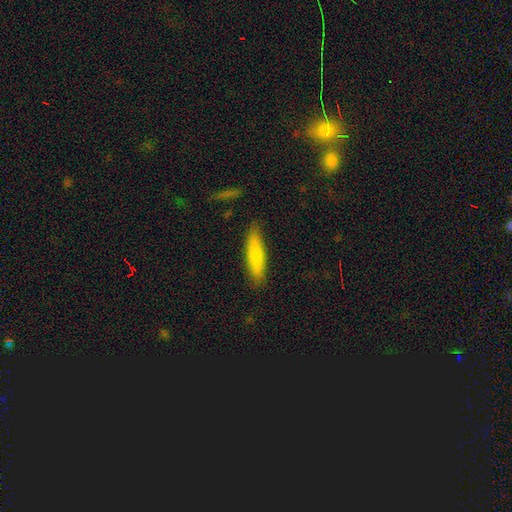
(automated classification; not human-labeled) Q: Smooth or featured?
A: smooth (80%); runner-up: featured or disk (15%)
Q: How rounded?
A: cigar-shaped (79%); runner-up: in between (19%)
Q: Merging?
A: none (86%); runner-up: minor disturbance (10%)